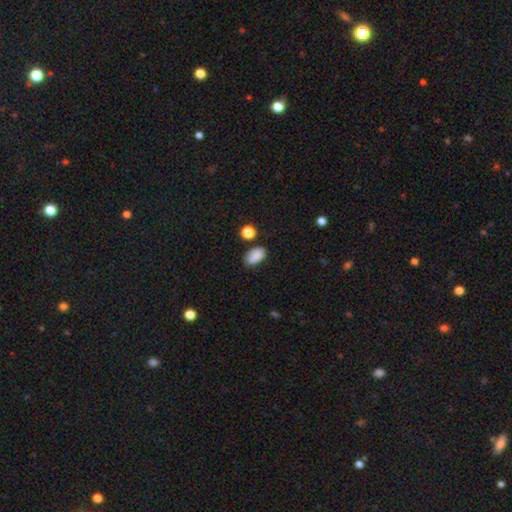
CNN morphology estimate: A smooth galaxy with no disk features (83%) that is in between round and cigar-shaped (88%). Merging: none (64%).